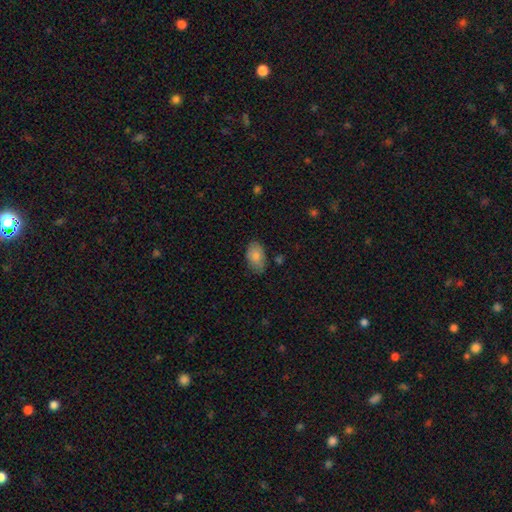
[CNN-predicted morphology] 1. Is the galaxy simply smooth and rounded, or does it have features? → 82% smooth, 11% featured or disk, 7% star or artifact.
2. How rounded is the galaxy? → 91% in between, 7% round, 1% cigar-shaped.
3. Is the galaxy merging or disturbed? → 77% none, 18% minor disturbance, 4% major disturbance, 2% merger.